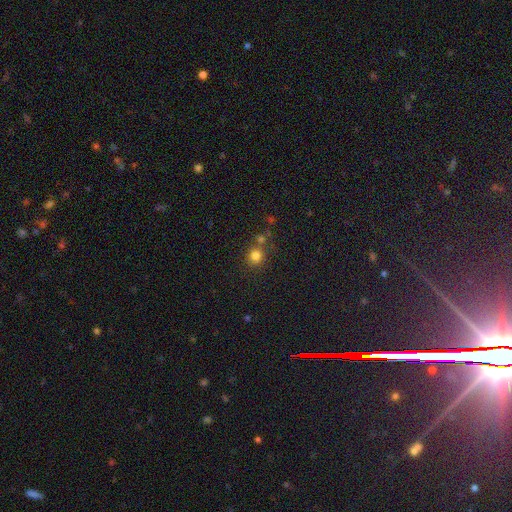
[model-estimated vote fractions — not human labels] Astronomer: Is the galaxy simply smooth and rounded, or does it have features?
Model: smooth — 80%.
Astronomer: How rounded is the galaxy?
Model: round — 88%.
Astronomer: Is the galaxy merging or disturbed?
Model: none — 68%.